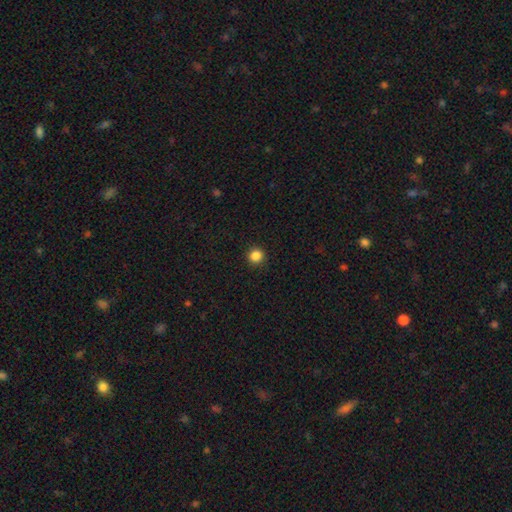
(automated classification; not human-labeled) Smooth or featured? Predicted: smooth (p=0.86). How rounded? Predicted: round (p=0.95). Merging? Predicted: none (p=0.93).